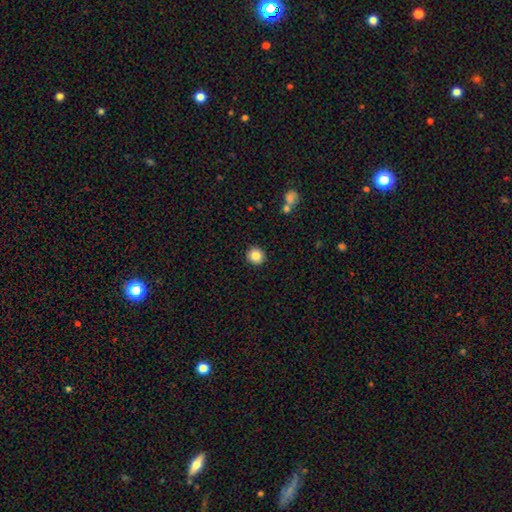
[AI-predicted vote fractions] Smooth or featured? smooth (84%)
How rounded? round (91%)
Merging? none (91%)